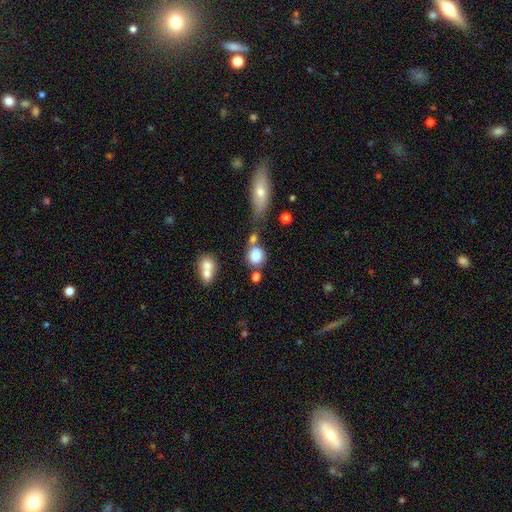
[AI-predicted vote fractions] A smooth galaxy with no disk features (81%) that is round (73%).

Vote fractions:
- Smooth or featured? smooth: 81% / star or artifact: 10% / featured or disk: 9%
- How rounded? round: 73% / in between: 25% / cigar-shaped: 2%
- Merging? none: 50% / merger: 29% / minor disturbance: 14% / major disturbance: 7%